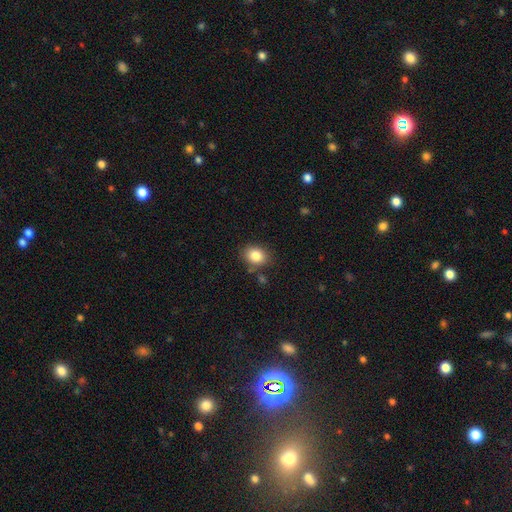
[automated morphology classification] Overall: smooth (83%). How rounded: in between (54%; round 45%). Merging: none (80%).